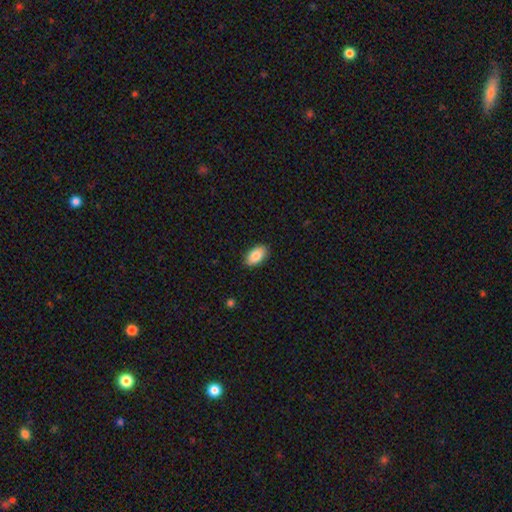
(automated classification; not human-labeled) smooth 85%, featured or disk 8%, star or artifact 7%. Down the decision tree: how rounded — in between (93%); merging — none (88%).